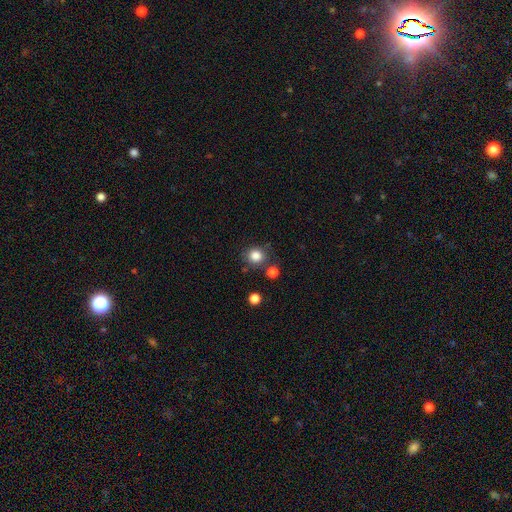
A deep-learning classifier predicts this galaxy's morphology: type=smooth (84%); roundness=round (86%); merging=none (77%).